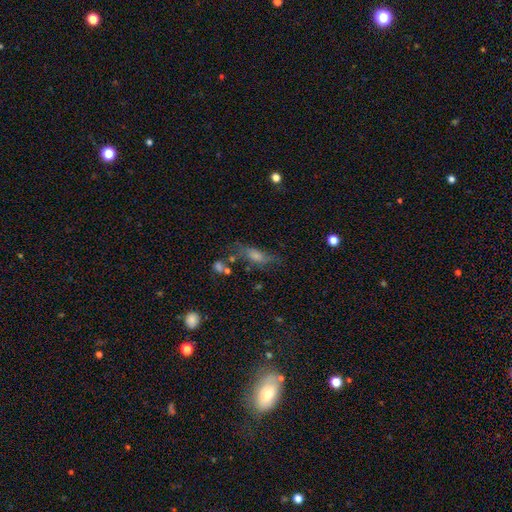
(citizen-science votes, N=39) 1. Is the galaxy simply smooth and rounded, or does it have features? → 72% smooth, 18% featured or disk, 10% star or artifact.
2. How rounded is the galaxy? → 57% in between, 36% cigar-shaped, 7% round.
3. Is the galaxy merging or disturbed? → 43% none, 26% minor disturbance, 17% merger, 14% major disturbance.